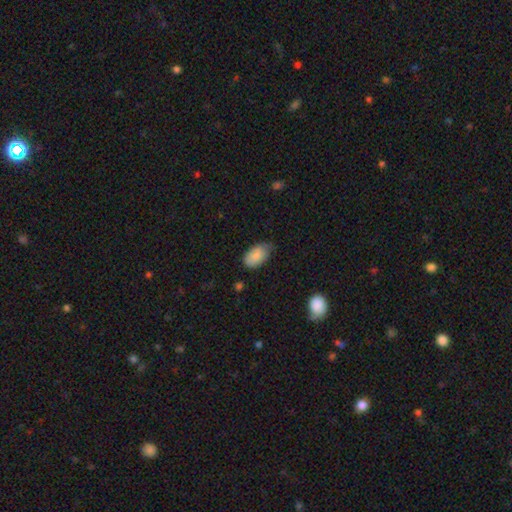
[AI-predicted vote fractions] Smooth or featured: smooth — 83% (featured or disk — 11%)
How rounded: in between — 93% (round — 6%)
Merging: none — 55% (minor disturbance — 37%)